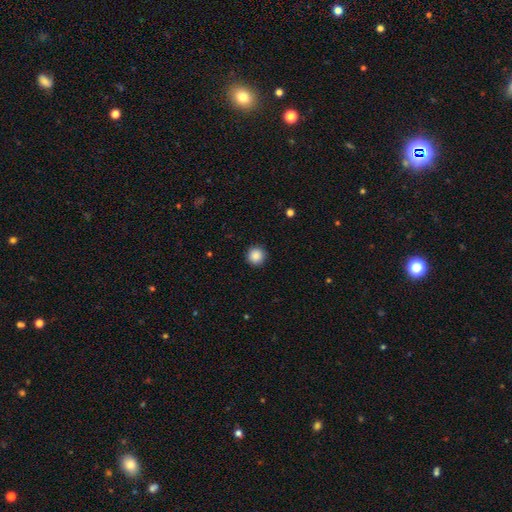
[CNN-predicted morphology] smooth-or-featured: smooth: 87% | star or artifact: 9% | featured or disk: 4%
  how-rounded: round: 95% | in between: 4% | cigar-shaped: 1%
  merging: none: 92% | minor disturbance: 5% | major disturbance: 2% | merger: 1%